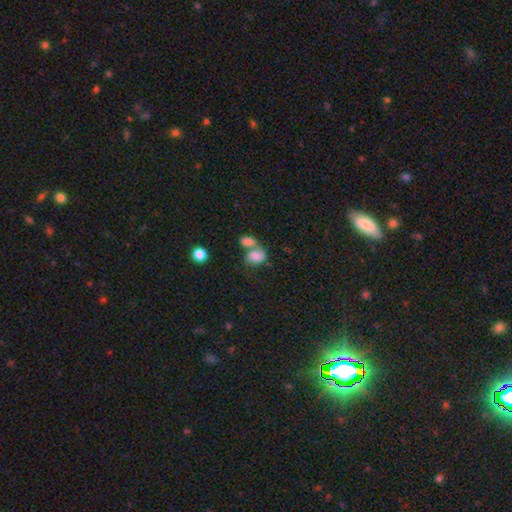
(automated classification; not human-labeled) A smooth galaxy with no disk features (71%) that is in between round and cigar-shaped (68%).

Vote fractions:
- Smooth or featured? smooth: 71% / featured or disk: 19% / star or artifact: 10%
- How rounded? in between: 68% / round: 30% / cigar-shaped: 2%
- Merging? merger: 63% / none: 19% / minor disturbance: 10% / major disturbance: 9%